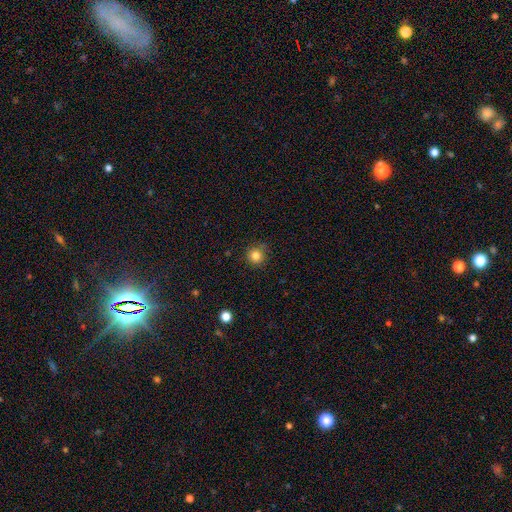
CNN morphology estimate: This is clearly a smooth galaxy (82%). How rounded: clearly round (94%). Merging: clearly none (84%).